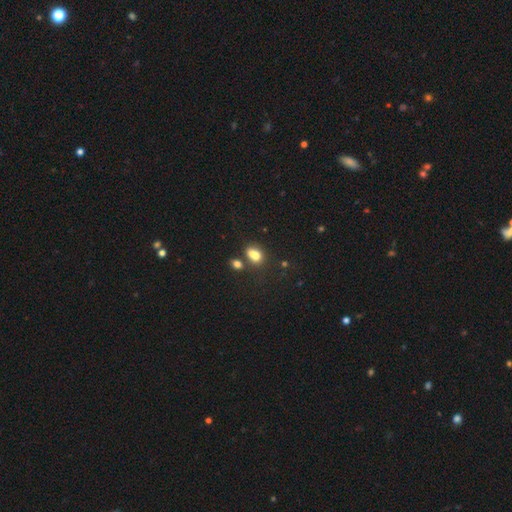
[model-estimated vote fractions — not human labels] Morphology: type=smooth (77%); roundness=in between (73%); merging=none (44%).